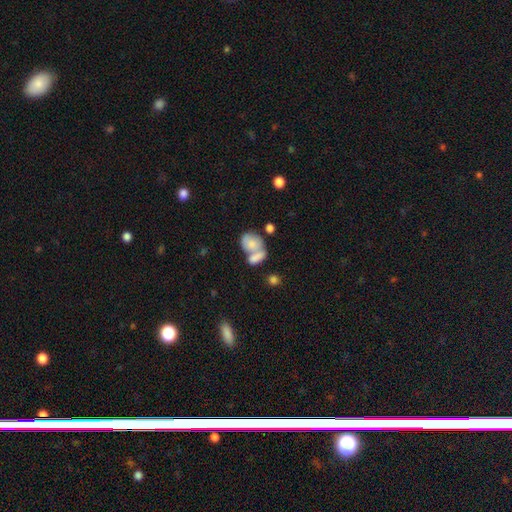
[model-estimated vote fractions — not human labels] Smooth or featured: smooth — 68% (featured or disk — 22%)
How rounded: in between — 65% (round — 33%)
Merging: merger — 57% (none — 26%)